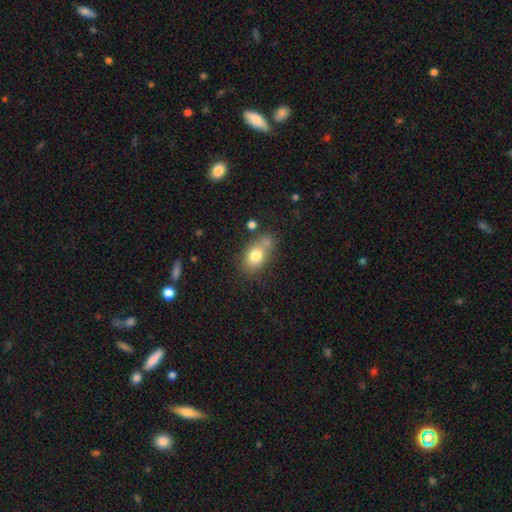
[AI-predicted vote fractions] Overall: smooth (76%). How rounded: in between (81%). Merging: none (56%; minor disturbance 22%).